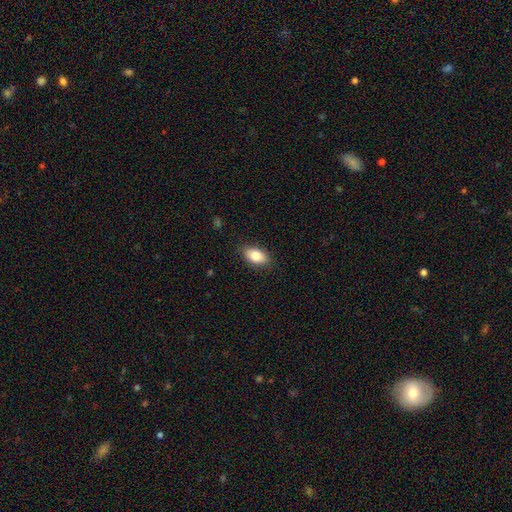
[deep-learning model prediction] Q: Smooth or featured?
A: smooth (81%); runner-up: featured or disk (11%)
Q: How rounded?
A: in between (90%); runner-up: round (7%)
Q: Merging?
A: none (87%); runner-up: minor disturbance (10%)